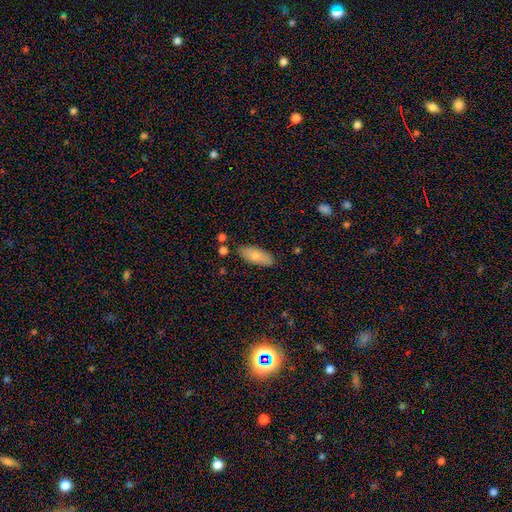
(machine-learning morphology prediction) Overall: smooth (75%). How rounded: in between (82%). Merging: none (81%).